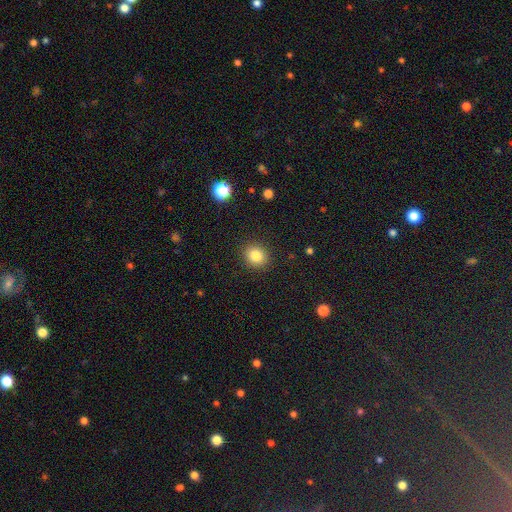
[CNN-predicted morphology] smooth-or-featured: smooth: 83% | star or artifact: 11% | featured or disk: 6%
  how-rounded: round: 77% | in between: 22% | cigar-shaped: 1%
  merging: none: 90% | minor disturbance: 7% | major disturbance: 2% | merger: 1%